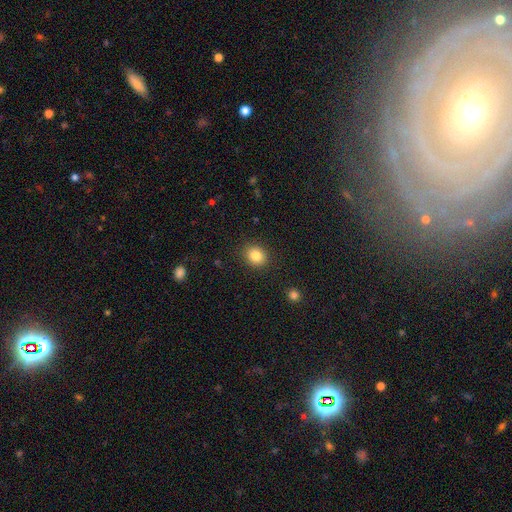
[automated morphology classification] type=smooth (84%); roundness=round (62%); merging=none (88%).